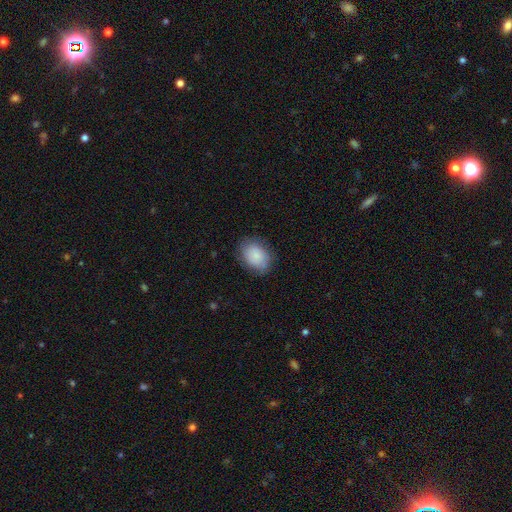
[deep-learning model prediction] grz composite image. It shows a smooth galaxy with no disk features (85%) that is in between round and cigar-shaped (67%). Merging: none (78%).